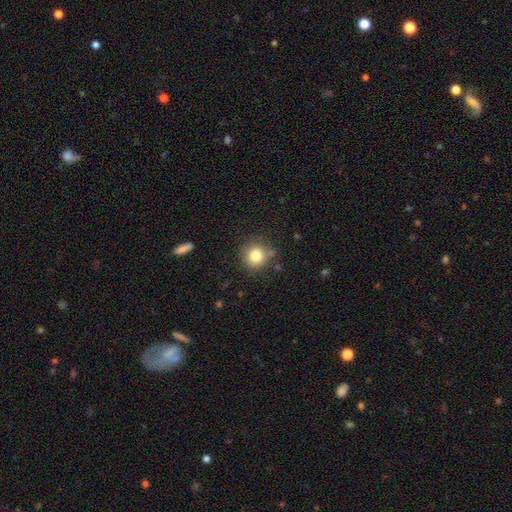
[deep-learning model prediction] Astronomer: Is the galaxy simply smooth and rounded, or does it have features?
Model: smooth — 81%.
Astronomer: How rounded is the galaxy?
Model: round — 90%.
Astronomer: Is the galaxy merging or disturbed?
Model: none — 81%.